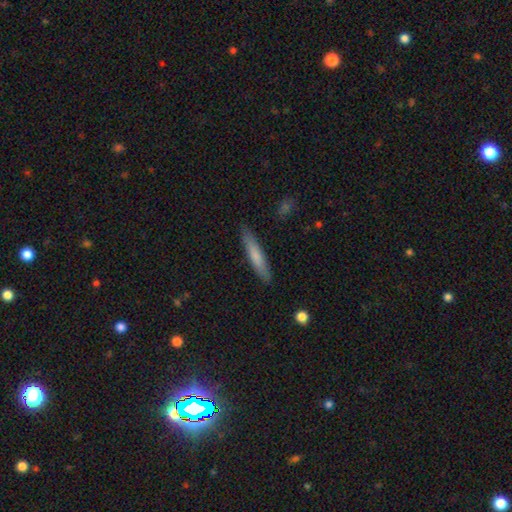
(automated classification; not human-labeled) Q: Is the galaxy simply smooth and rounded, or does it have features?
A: smooth — 73%.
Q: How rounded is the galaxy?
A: cigar-shaped — 90%.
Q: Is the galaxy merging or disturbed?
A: none — 88%.